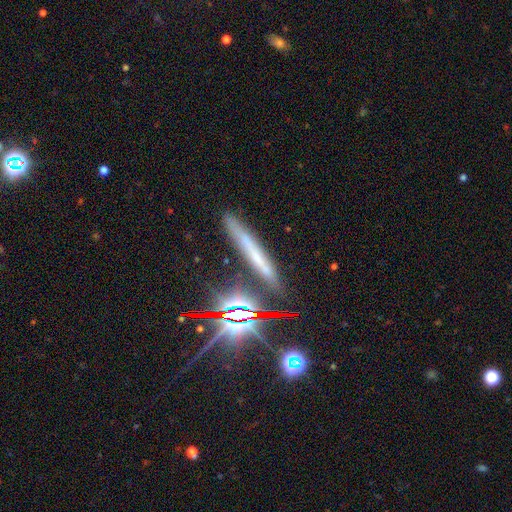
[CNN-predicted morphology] type=smooth (38%); merging=none (81%).